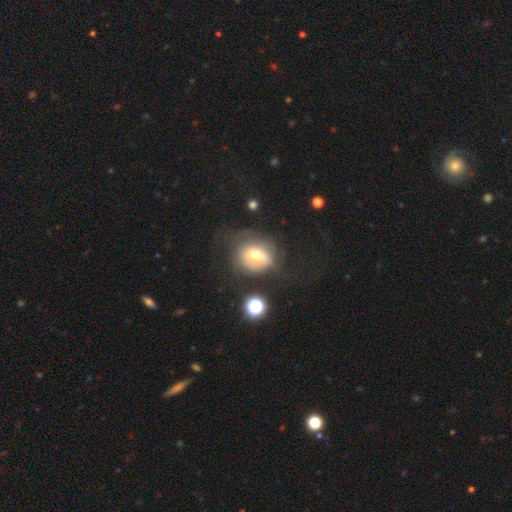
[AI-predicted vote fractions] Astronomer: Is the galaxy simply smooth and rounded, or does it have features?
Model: smooth — 57%.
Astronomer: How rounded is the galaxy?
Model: round — 62%.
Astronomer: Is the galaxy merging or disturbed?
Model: none — 51%.